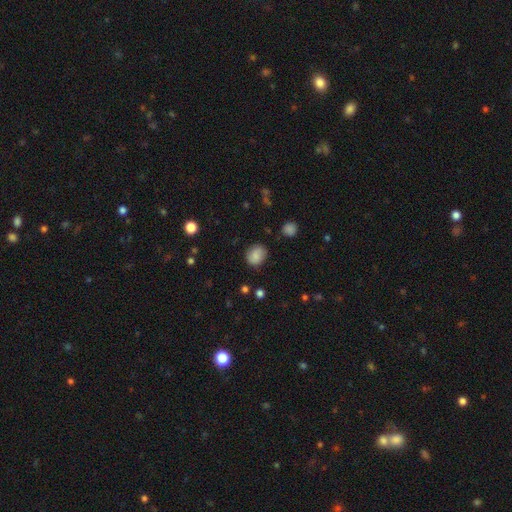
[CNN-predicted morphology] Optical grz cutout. It shows a smooth galaxy with no disk features (75%) that is round (69%). Merging: none (80%).